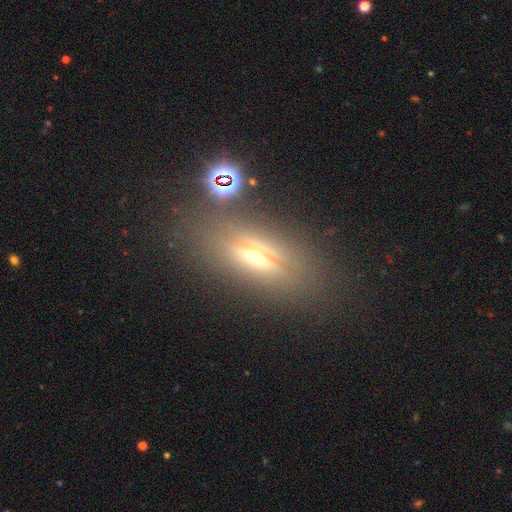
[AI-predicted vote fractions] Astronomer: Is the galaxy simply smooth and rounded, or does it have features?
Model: featured or disk — 60%.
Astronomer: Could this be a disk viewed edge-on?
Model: yes — 80%.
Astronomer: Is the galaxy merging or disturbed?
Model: none — 77%.